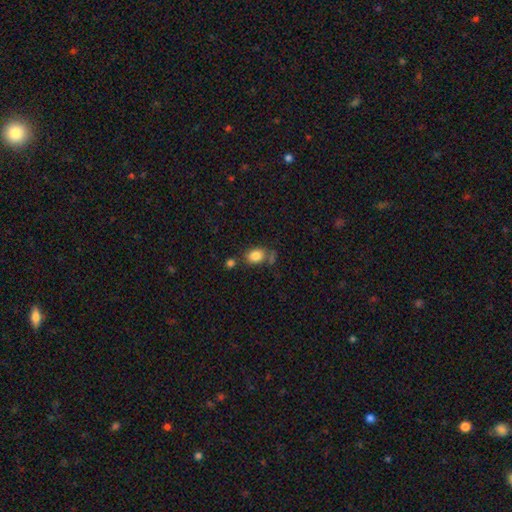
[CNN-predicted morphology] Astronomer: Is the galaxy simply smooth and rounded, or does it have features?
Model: smooth — 84%.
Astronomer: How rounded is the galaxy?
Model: in between — 68%.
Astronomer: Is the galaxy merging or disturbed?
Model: none — 66%.